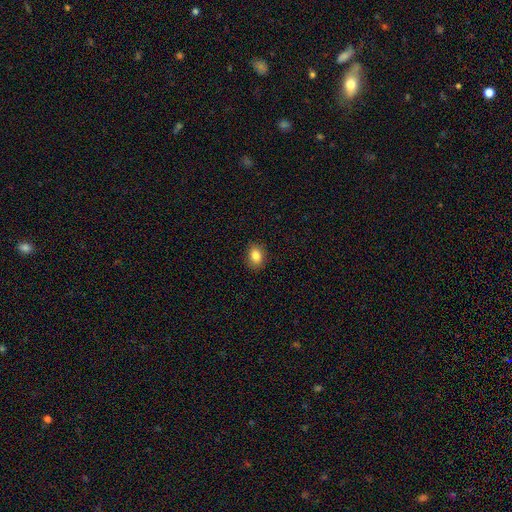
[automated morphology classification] Smooth or featured? smooth (85%)
How rounded? in between (65%)
Merging? none (88%)